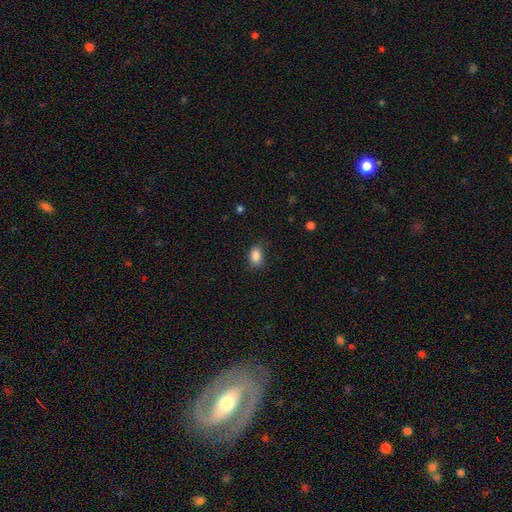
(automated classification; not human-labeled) smooth_or_featured: smooth (p=0.87) [alt: star or artifact p=0.09]
how_rounded: in between (p=0.78) [alt: round p=0.21]
merging: none (p=0.79) [alt: minor disturbance p=0.16]